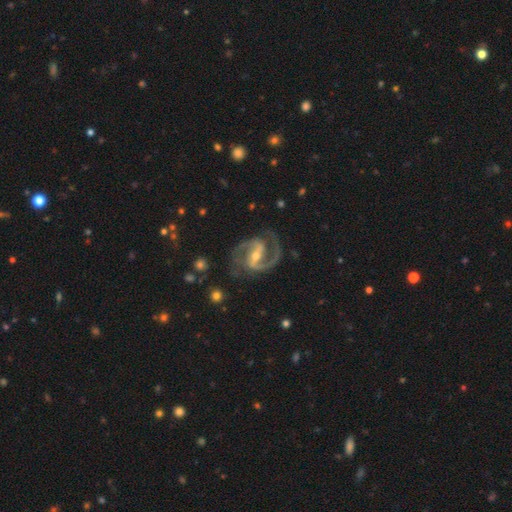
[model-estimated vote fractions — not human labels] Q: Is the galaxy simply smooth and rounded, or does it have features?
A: featured or disk — 93%.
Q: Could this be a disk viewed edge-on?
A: no — 98%.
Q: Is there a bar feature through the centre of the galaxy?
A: strong — 57%.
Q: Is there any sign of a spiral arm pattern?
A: yes — 98%.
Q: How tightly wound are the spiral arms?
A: medium — 66%.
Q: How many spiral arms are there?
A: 2 — 94%.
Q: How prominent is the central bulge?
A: small — 52%.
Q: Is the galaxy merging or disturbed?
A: none — 79%.